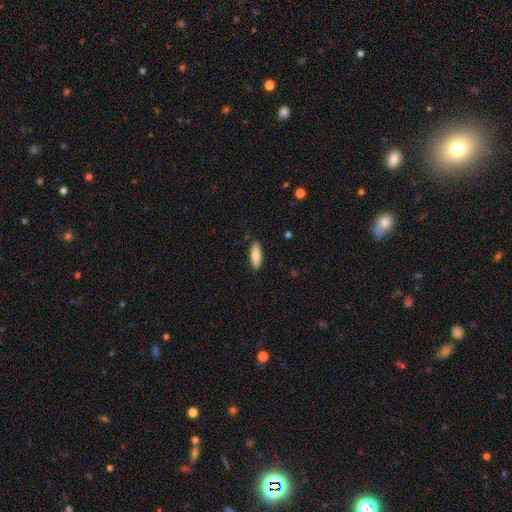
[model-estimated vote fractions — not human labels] This appears to be a smooth galaxy with no disk features (79%) that is in between round and cigar-shaped (58%). Merging: none (88%).